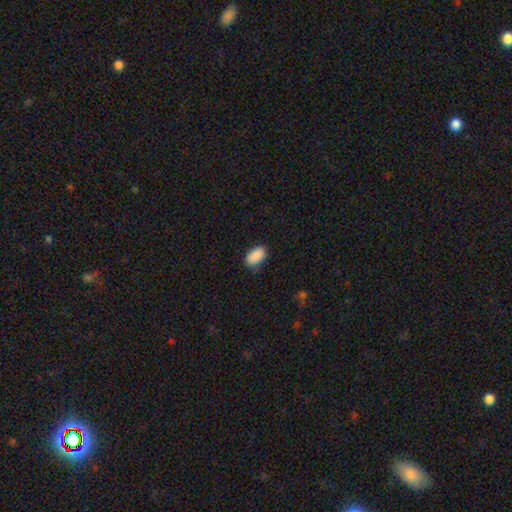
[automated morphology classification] Smooth or featured: smooth — 90% (star or artifact — 7%)
How rounded: in between — 92% (round — 5%)
Merging: none — 79% (minor disturbance — 17%)